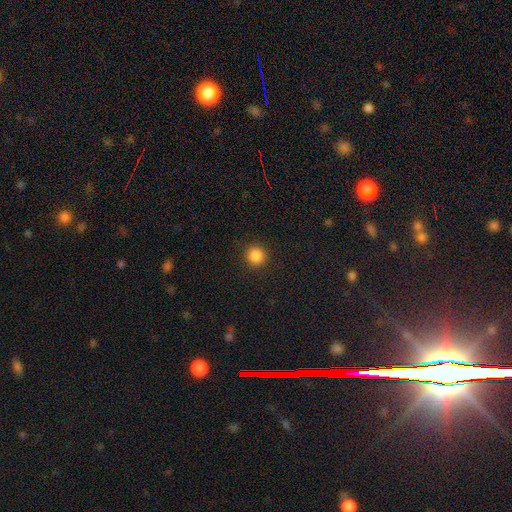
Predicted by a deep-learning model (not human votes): A smooth galaxy with no disk features (86%) that is round (94%). Merging: none (92%).